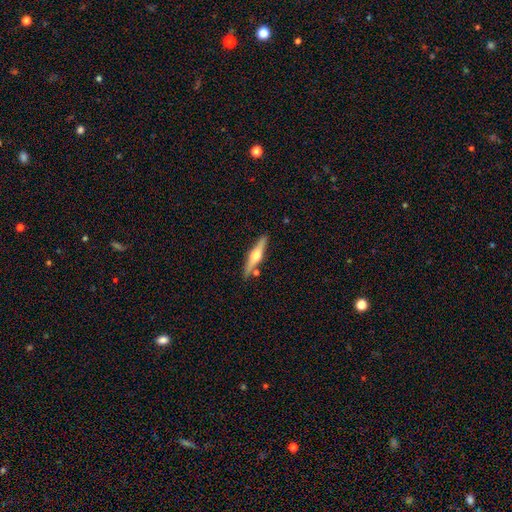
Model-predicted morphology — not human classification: Overall: featured or disk (66%; smooth 29%). Edge-on disk: yes (96%). Edge-on bulge: rounded (94%). Merging: none (83%).